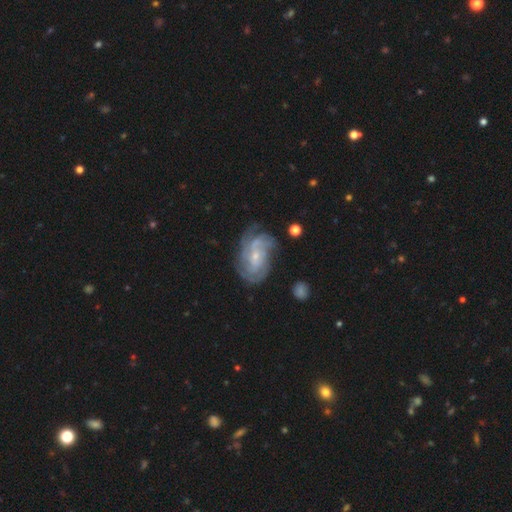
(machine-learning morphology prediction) Smooth or featured? Predicted: featured or disk (p=0.85). Edge-on disk? Predicted: no (p=0.97). Bar? Predicted: no (p=0.51). Spiral arms? Predicted: yes (p=0.95). Spiral winding? Predicted: tight (p=0.52). Spiral arm count? Predicted: can't tell (p=0.31). Bulge size? Predicted: small (p=0.68). Merging? Predicted: none (p=0.63).